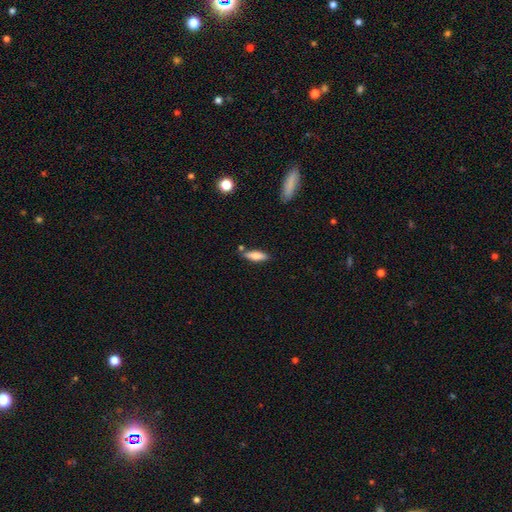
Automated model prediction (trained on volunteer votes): A smooth galaxy with no disk features (73%) that is cigar-shaped (52%). Merging: none (77%).